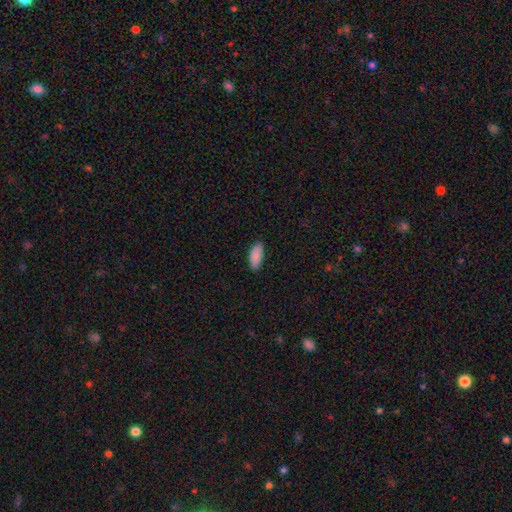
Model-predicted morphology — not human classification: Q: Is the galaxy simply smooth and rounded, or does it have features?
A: smooth — 89%.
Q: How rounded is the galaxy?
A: in between — 85%.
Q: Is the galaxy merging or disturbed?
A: none — 83%.